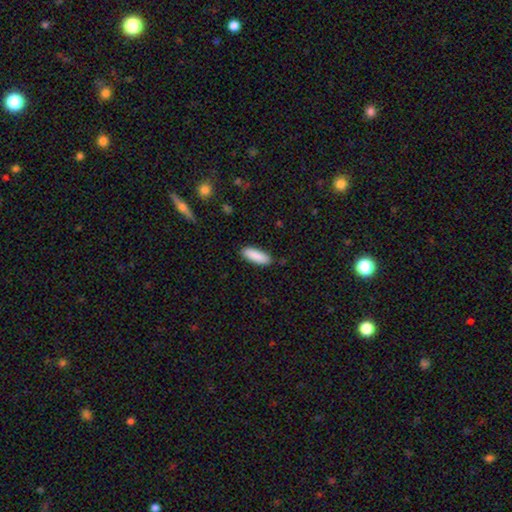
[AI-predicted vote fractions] smooth_or_featured: smooth (p=0.90) [alt: star or artifact p=0.06]
how_rounded: in between (p=0.60) [alt: cigar-shaped p=0.38]
merging: none (p=0.88) [alt: minor disturbance p=0.09]